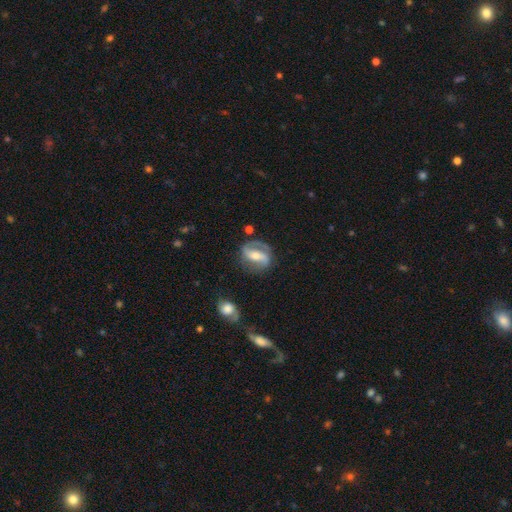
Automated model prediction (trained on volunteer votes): Smooth or featured? Predicted: featured or disk (p=0.79). Edge-on disk? Predicted: no (p=0.95). Bar? Predicted: strong (p=0.53). Spiral arms? Predicted: yes (p=0.90). Spiral winding? Predicted: medium (p=0.44). Spiral arm count? Predicted: 2 (p=0.83). Bulge size? Predicted: moderate (p=0.56). Merging? Predicted: none (p=0.72).